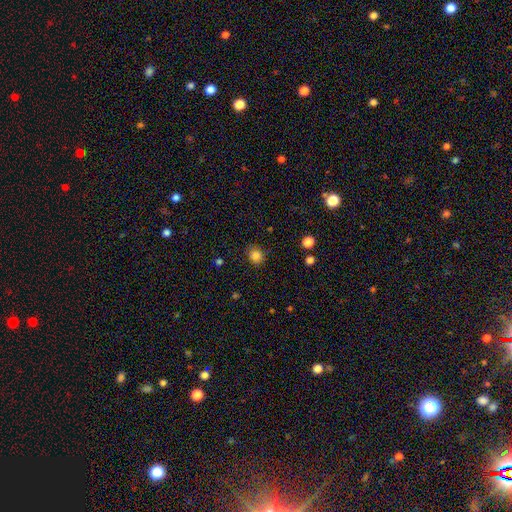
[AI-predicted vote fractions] smooth 84%, star or artifact 12%, featured or disk 4%. Down the decision tree: how rounded — round (82%); merging — none (85%).